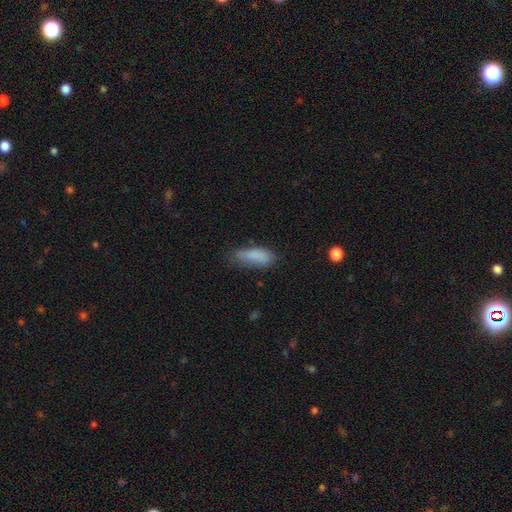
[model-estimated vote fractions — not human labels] This is clearly a smooth galaxy (84%). How rounded: likely in between (68%). Merging: possibly none (58%).